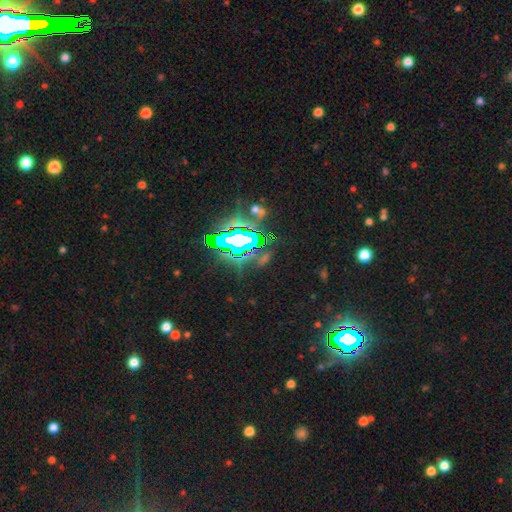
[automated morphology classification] A star or artifact, not a galaxy (81%).

Vote fractions:
- Smooth or featured? star or artifact: 81% / smooth: 11% / featured or disk: 8%